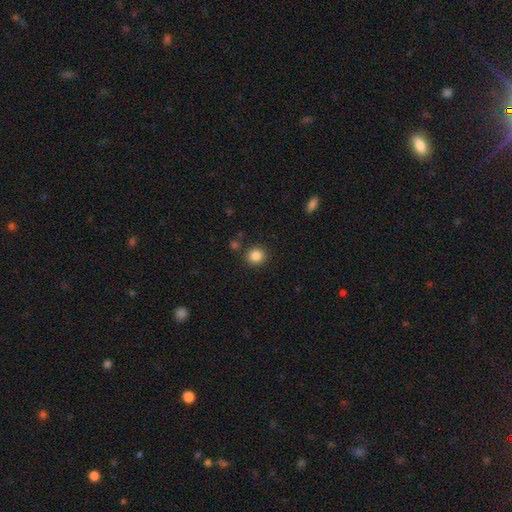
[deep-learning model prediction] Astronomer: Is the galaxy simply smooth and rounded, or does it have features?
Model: smooth — 85%.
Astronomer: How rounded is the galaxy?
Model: round — 90%.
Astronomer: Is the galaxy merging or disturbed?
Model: none — 87%.